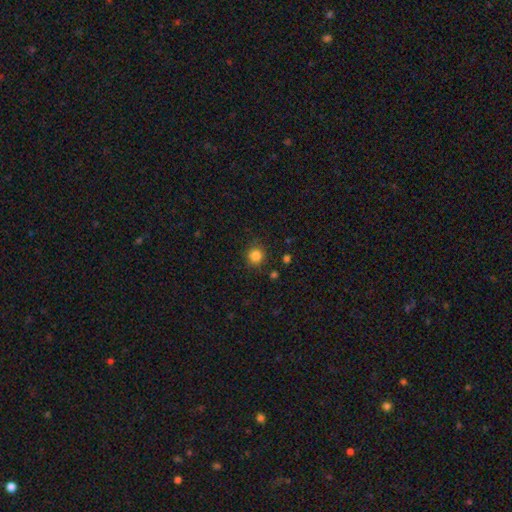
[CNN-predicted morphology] type=smooth (84%); roundness=round (92%); merging=none (85%).